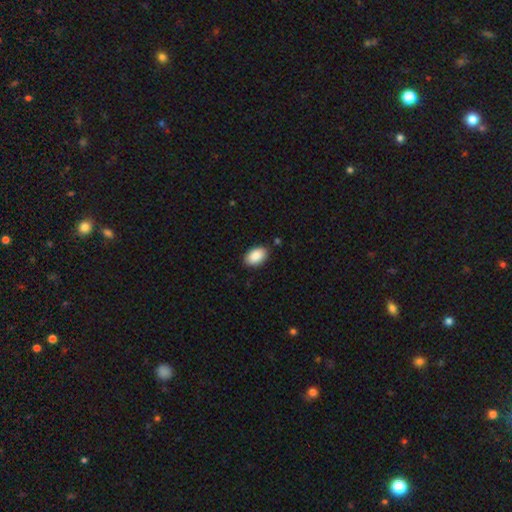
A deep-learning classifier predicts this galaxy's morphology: Smooth or featured? Predicted: smooth (p=0.89). How rounded? Predicted: in between (p=0.93). Merging? Predicted: none (p=0.86).